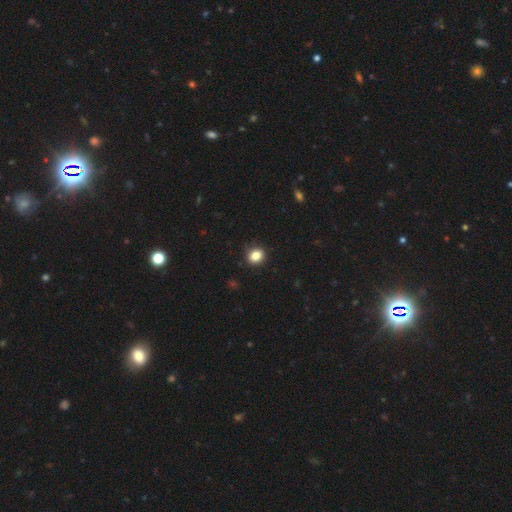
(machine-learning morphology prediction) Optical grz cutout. It shows a smooth galaxy with no disk features (84%) that is round (70%). Merging: none (88%).